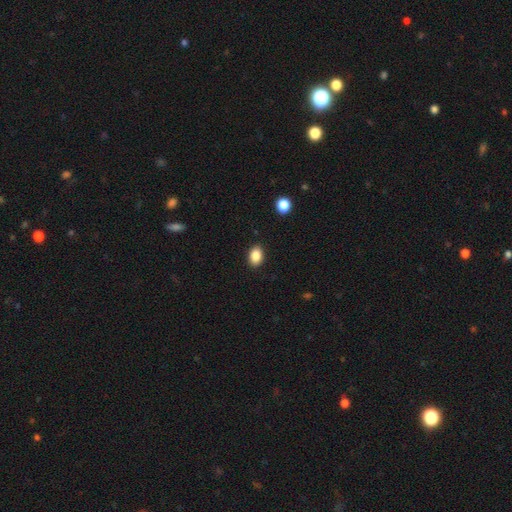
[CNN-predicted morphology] A smooth galaxy with no disk features (87%) that is in between round and cigar-shaped (81%).

Vote fractions:
- Smooth or featured? smooth: 87% / star or artifact: 9% / featured or disk: 5%
- How rounded? in between: 81% / round: 18% / cigar-shaped: 1%
- Merging? none: 89% / minor disturbance: 8% / major disturbance: 2% / merger: 1%